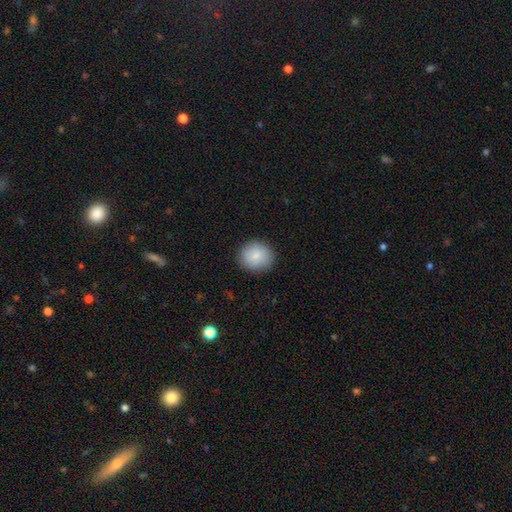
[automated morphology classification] A smooth galaxy with no disk features (84%) that is round (81%).

Vote fractions:
- Smooth or featured? smooth: 84% / featured or disk: 9% / star or artifact: 7%
- How rounded? round: 81% / in between: 18% / cigar-shaped: 1%
- Merging? none: 88% / minor disturbance: 9% / major disturbance: 2% / merger: 1%